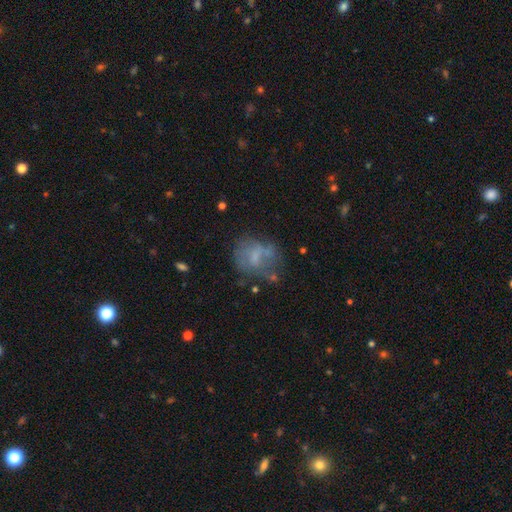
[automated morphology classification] Smooth or featured: smooth — 44% (featured or disk — 43%)
Merging: none — 46% (major disturbance — 24%)